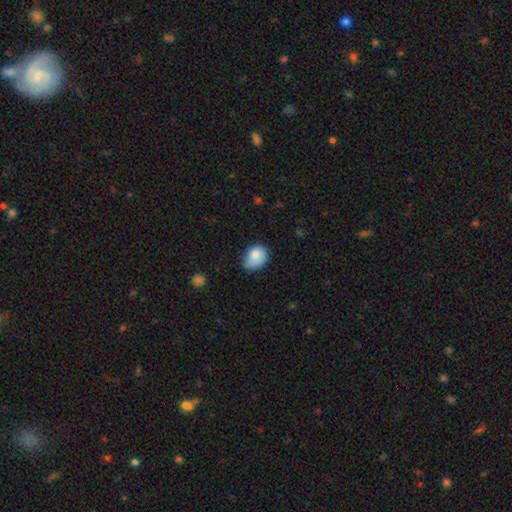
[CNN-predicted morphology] smooth_or_featured: smooth (p=0.83) [alt: featured or disk p=0.10]
how_rounded: in between (p=0.66) [alt: round p=0.33]
merging: none (p=0.46) [alt: minor disturbance p=0.41]